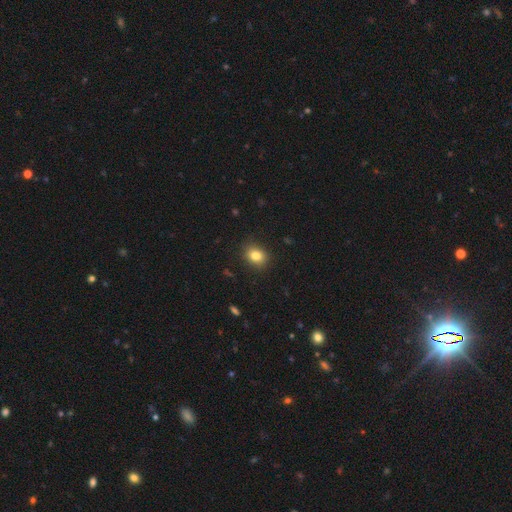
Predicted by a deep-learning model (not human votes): smooth-or-featured: smooth: 82% | star or artifact: 11% | featured or disk: 7%
  how-rounded: in between: 51% | round: 48% | cigar-shaped: 1%
  merging: none: 87% | minor disturbance: 10% | major disturbance: 2% | merger: 1%